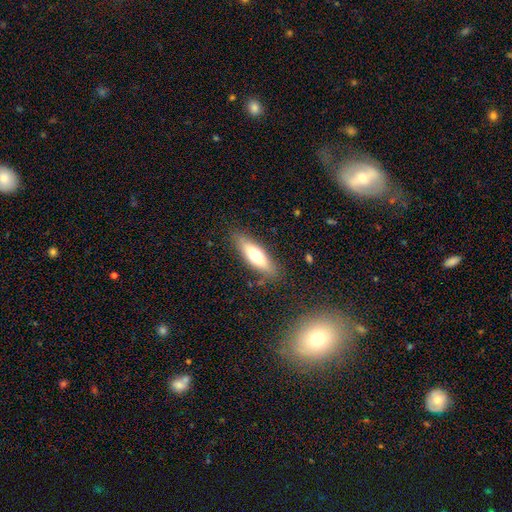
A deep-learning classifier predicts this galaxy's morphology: Smooth or featured?
  - smooth: 60% *
  - featured or disk: 33%
  - star or artifact: 6%
How rounded?
  - cigar-shaped: 53% *
  - in between: 45%
  - round: 2%
Merging?
  - none: 83% *
  - minor disturbance: 12%
  - major disturbance: 3%
  - merger: 2%